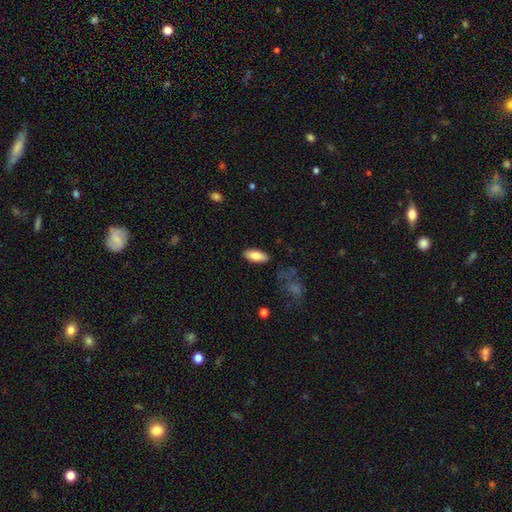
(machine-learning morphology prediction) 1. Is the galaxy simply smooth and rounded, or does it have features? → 82% smooth, 11% featured or disk, 6% star or artifact.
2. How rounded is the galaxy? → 81% in between, 17% cigar-shaped, 2% round.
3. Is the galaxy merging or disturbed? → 86% none, 10% minor disturbance, 2% major disturbance, 2% merger.